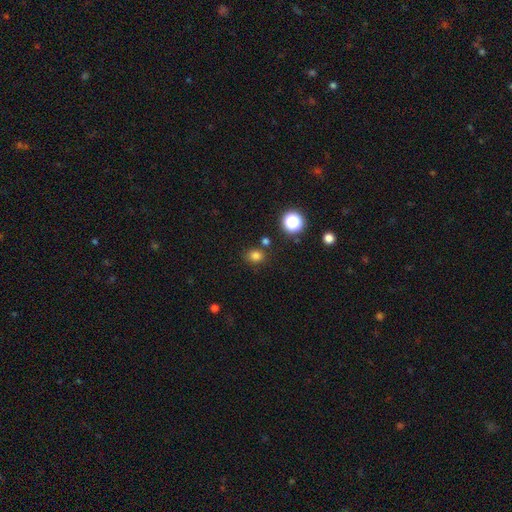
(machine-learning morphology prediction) smooth 78%, star or artifact 17%, featured or disk 5%. Down the decision tree: how rounded — round (60%); merging — none (78%).